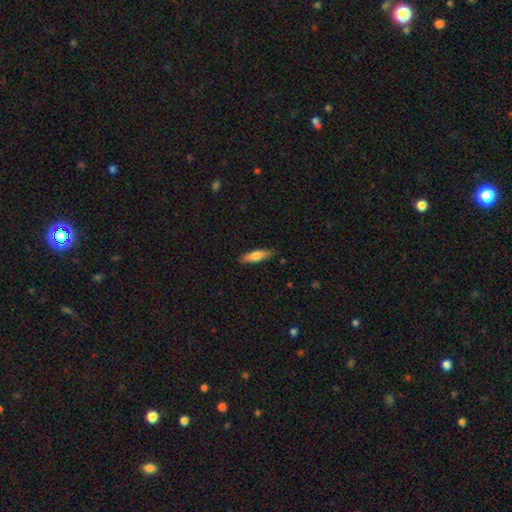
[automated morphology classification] This is likely a smooth galaxy (68%). How rounded: likely cigar-shaped (60%). Merging: clearly none (85%).